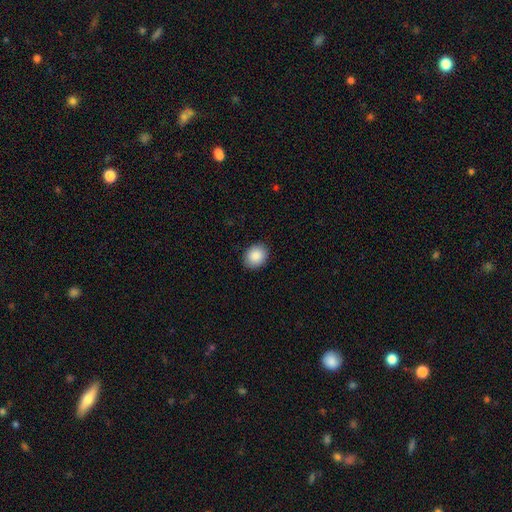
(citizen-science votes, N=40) smooth 90%, star or artifact 8%, featured or disk 2%. Down the decision tree: how rounded — round (61%); merging — none (86%).